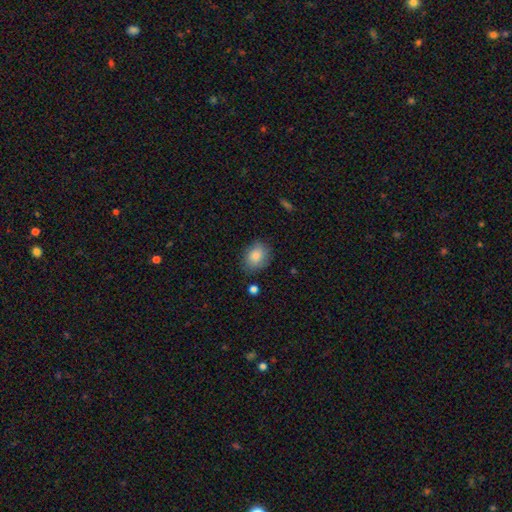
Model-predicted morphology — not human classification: Smooth or featured? Predicted: smooth (p=0.83). How rounded? Predicted: in between (p=0.58). Merging? Predicted: none (p=0.78).